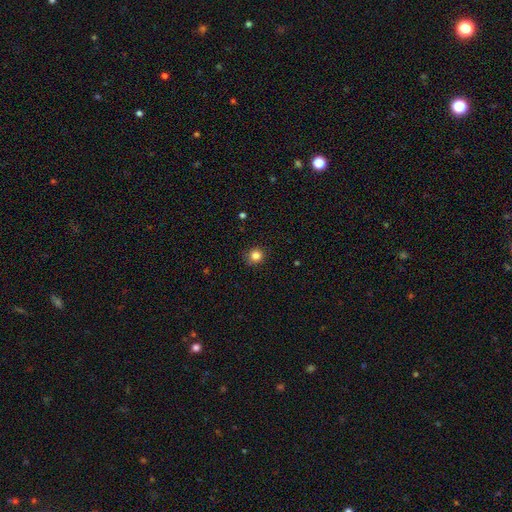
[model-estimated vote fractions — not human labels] Smooth or featured: smooth — 84% (star or artifact — 12%)
How rounded: round — 91% (in between — 8%)
Merging: none — 89% (minor disturbance — 8%)